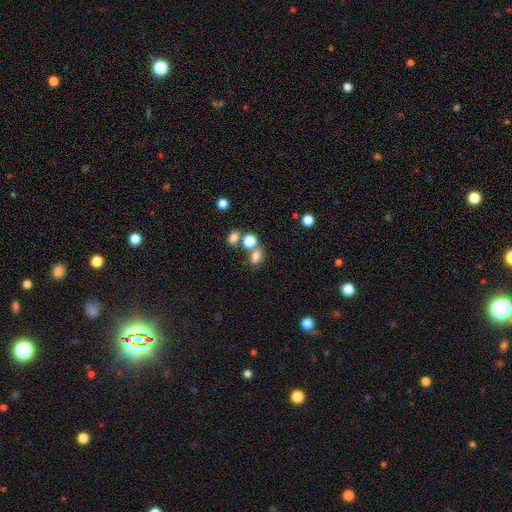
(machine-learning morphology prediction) Smooth or featured: smooth — 75% (star or artifact — 17%)
How rounded: in between — 71% (round — 27%)
Merging: none — 55% (merger — 26%)